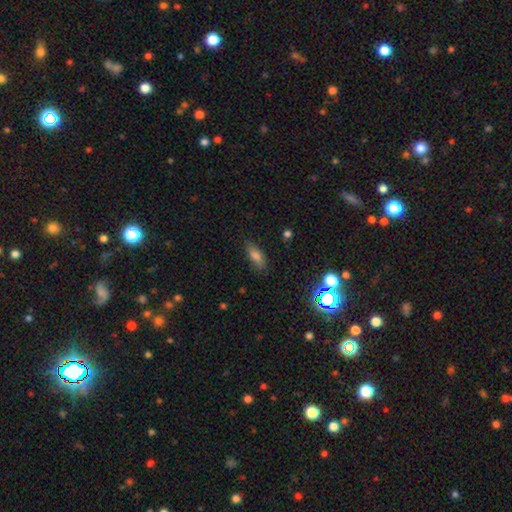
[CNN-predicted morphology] This appears to be a smooth galaxy with no disk features (77%) that is in between round and cigar-shaped (78%). Merging: none (77%).